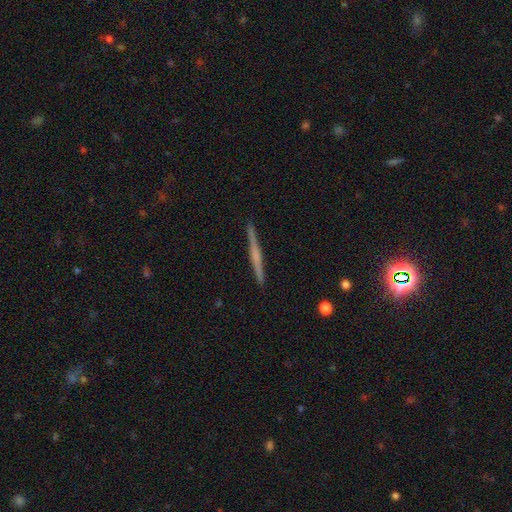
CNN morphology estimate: This appears to be a featured or disk galaxy (64%) viewed edge-on (98%) with a rounded central bulge (45%). Merging: none (92%).